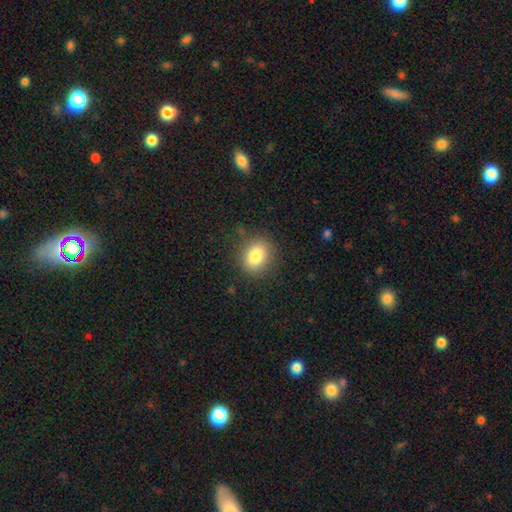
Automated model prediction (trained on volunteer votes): Smooth or featured? smooth (83%)
How rounded? round (50%)
Merging? none (84%)